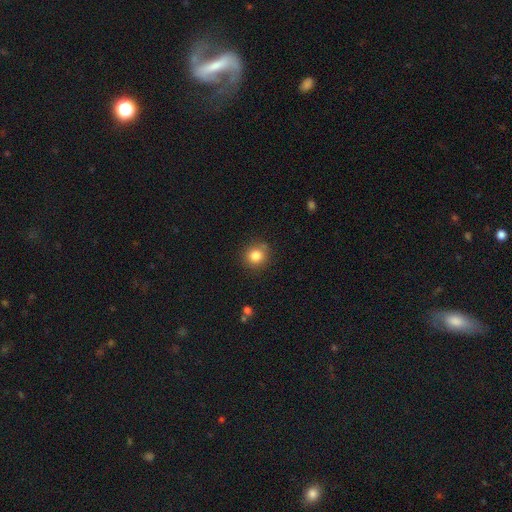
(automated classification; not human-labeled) smooth 83%, star or artifact 11%, featured or disk 6%. Down the decision tree: how rounded — round (88%); merging — none (83%).